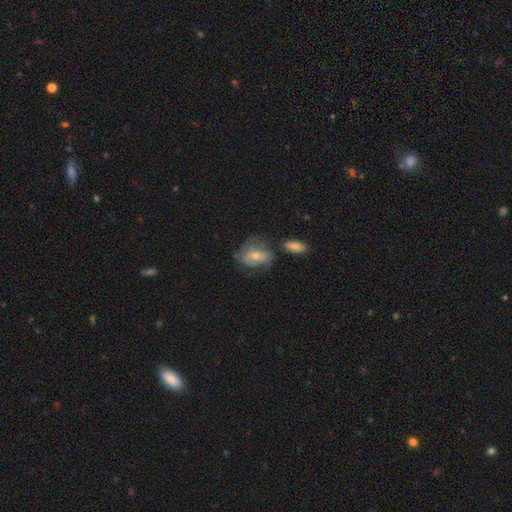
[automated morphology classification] The model was most divided on "merging": none: 46%, minor disturbance: 26%, major disturbance: 19%, merger: 9%. More confident: edge-on disk — no (95%); spiral arms — yes (70%); bulge size — moderate (61%); smooth or featured — featured or disk (59%); bar — no (55%).